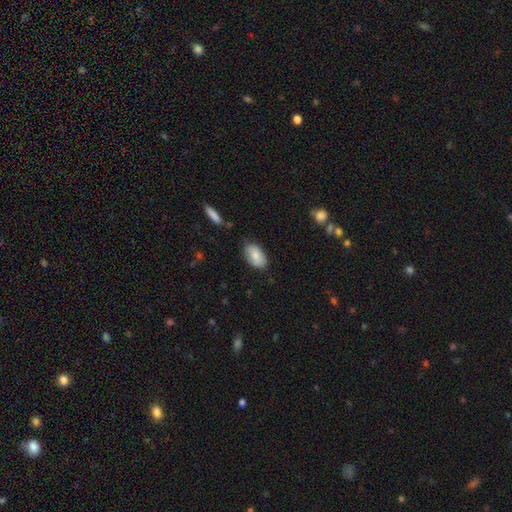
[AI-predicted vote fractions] This is likely a smooth galaxy (79%). How rounded: clearly in between (93%). Merging: likely none (76%).